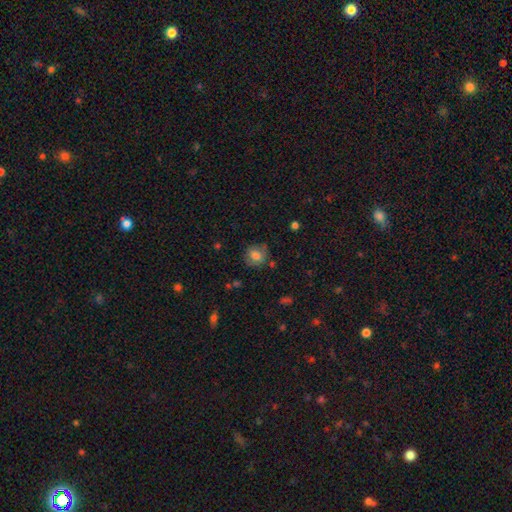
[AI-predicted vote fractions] Smooth or featured? Predicted: smooth (p=0.76). How rounded? Predicted: round (p=0.71). Merging? Predicted: none (p=0.71).